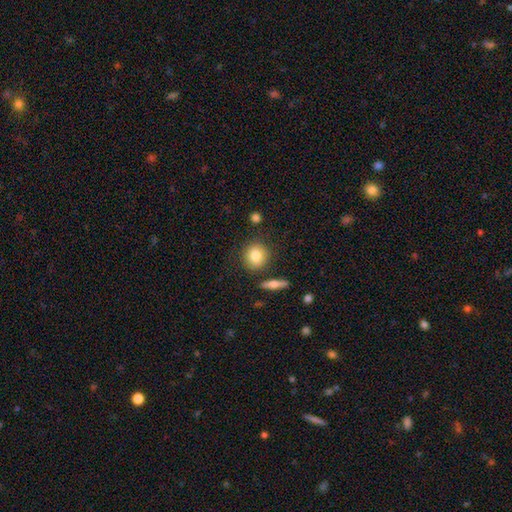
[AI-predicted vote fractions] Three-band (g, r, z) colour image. It shows a smooth galaxy with no disk features (83%) that is round (81%). Merging: none (83%).